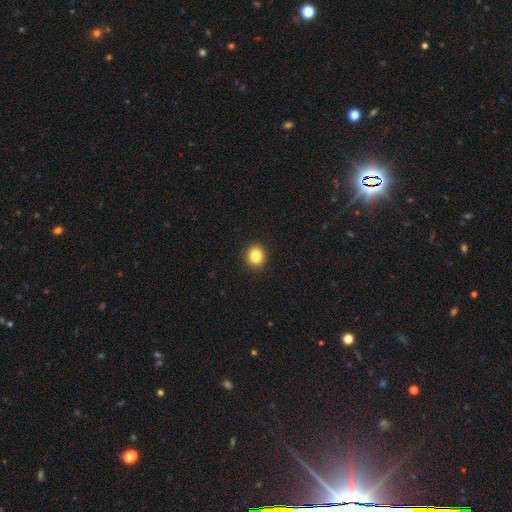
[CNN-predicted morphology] A smooth galaxy with no disk features (85%) that is round (72%).

Vote fractions:
- Smooth or featured? smooth: 85% / star or artifact: 10% / featured or disk: 5%
- How rounded? round: 72% / in between: 27% / cigar-shaped: 1%
- Merging? none: 89% / minor disturbance: 8% / major disturbance: 2% / merger: 2%